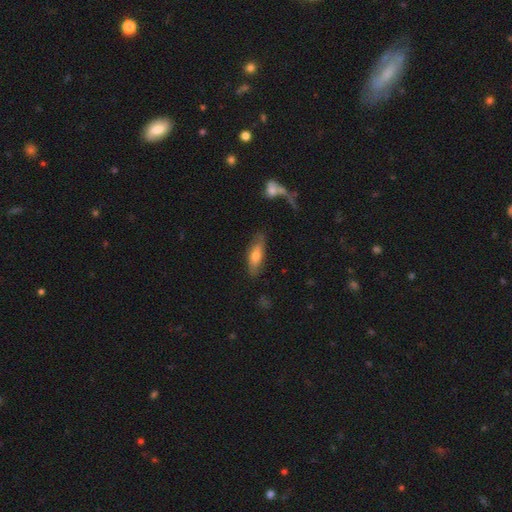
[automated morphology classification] This appears to be a smooth galaxy with no disk features (64%) that is in between round and cigar-shaped (55%). Merging: none (75%).